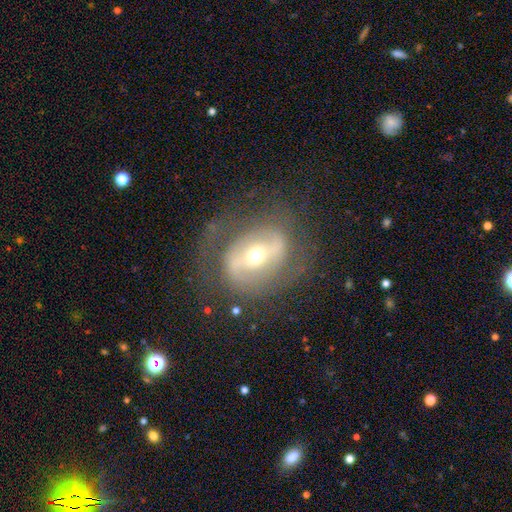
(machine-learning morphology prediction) The model was most divided on "spiral winding": medium: 41%, tight: 37%, loose: 22%. Remaining: edge-on disk — no (95%); smooth or featured — featured or disk (77%); spiral arms — yes (74%); spiral arm count — 2 (69%); merging — none (65%); bulge size — moderate (54%); bar — strong (40%).